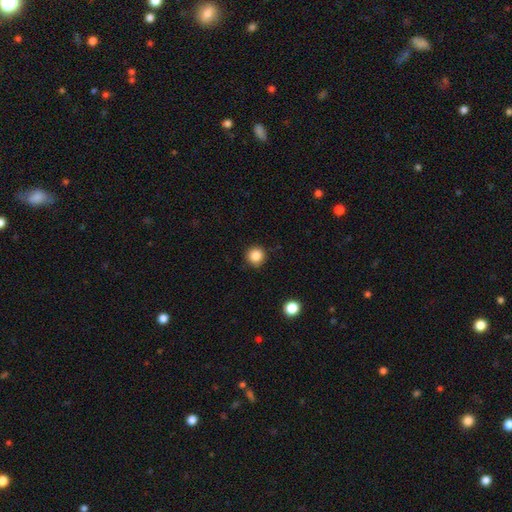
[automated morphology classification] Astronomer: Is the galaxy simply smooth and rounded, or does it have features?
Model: smooth — 85%.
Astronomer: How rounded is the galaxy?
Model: round — 95%.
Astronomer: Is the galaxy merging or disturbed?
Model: none — 89%.